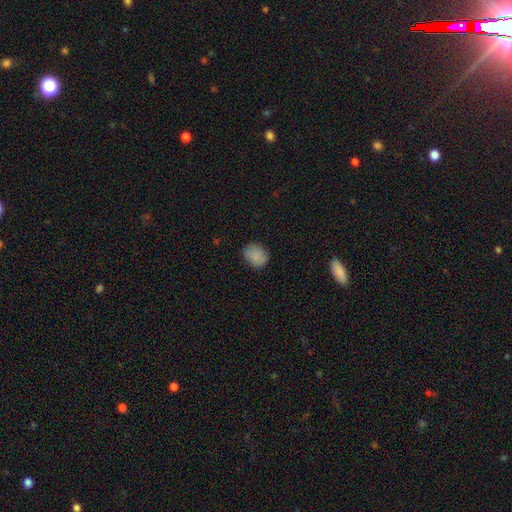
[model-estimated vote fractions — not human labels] This appears to be a smooth galaxy with no disk features (83%) that is round (59%). Merging: none (77%).